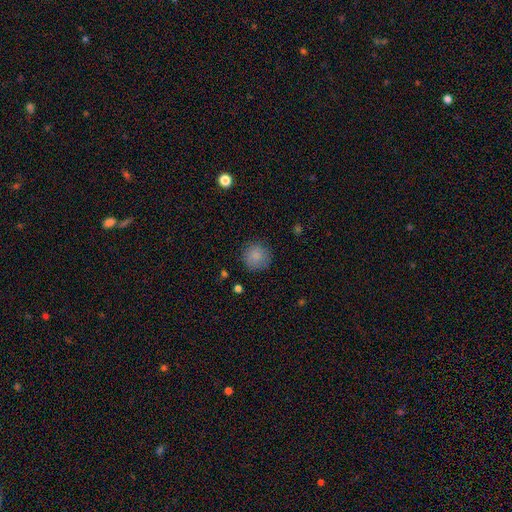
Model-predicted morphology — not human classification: Q: Smooth or featured?
A: smooth (86%); runner-up: star or artifact (9%)
Q: How rounded?
A: round (94%); runner-up: in between (5%)
Q: Merging?
A: none (86%); runner-up: minor disturbance (10%)